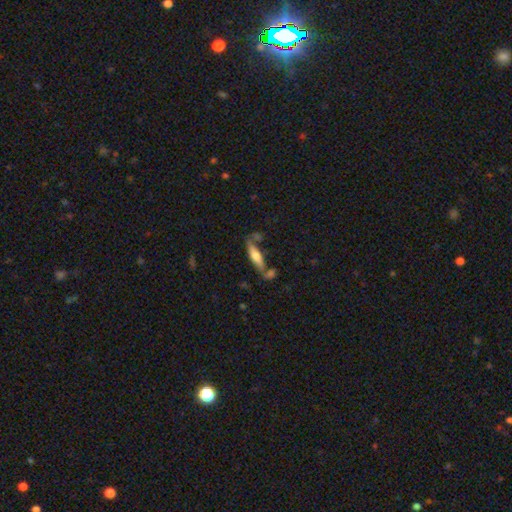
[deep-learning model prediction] Smooth or featured: smooth — 52% (featured or disk — 42%)
How rounded: cigar-shaped — 59% (in between — 39%)
Merging: none — 58% (minor disturbance — 18%)